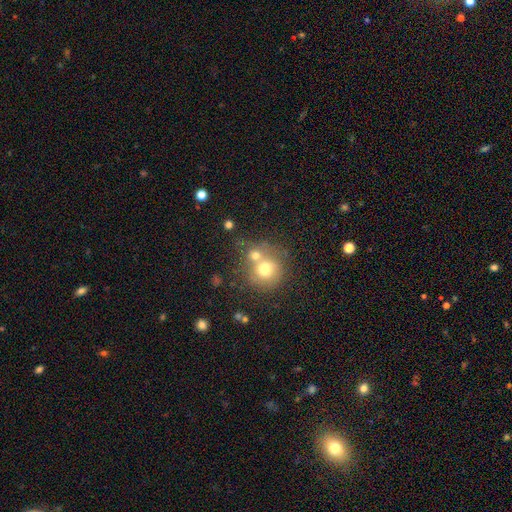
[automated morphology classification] Smooth or featured? smooth (68%)
How rounded? round (85%)
Merging? merger (50%)